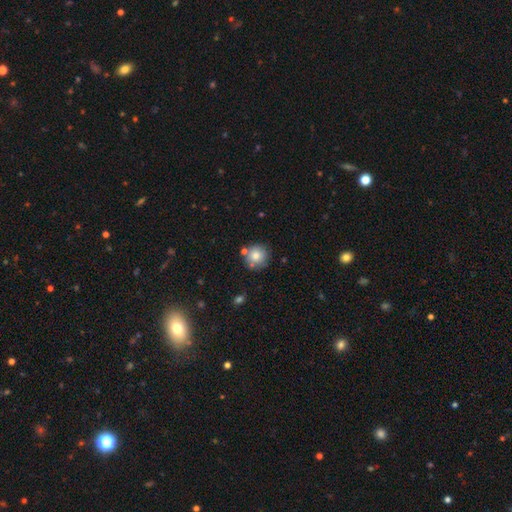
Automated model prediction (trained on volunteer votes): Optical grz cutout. It shows a smooth galaxy with no disk features (77%) that is round (93%). Merging: none (75%).